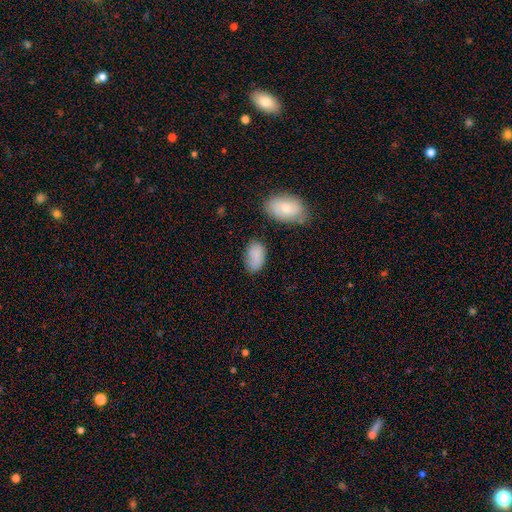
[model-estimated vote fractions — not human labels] Smooth or featured? Predicted: smooth (p=0.85). How rounded? Predicted: in between (p=0.93). Merging? Predicted: none (p=0.65).